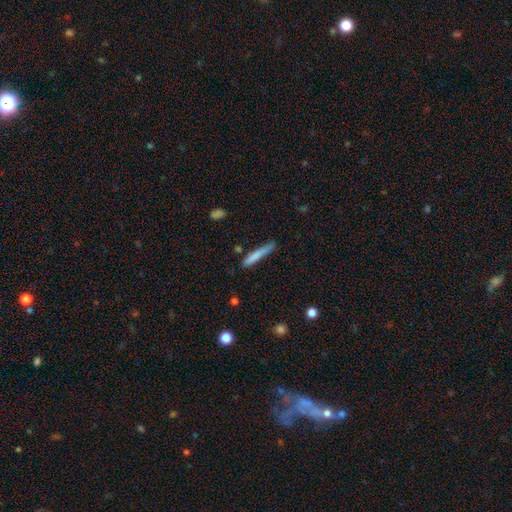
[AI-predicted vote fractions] Smooth or featured: smooth — 76% (featured or disk — 17%)
How rounded: cigar-shaped — 94% (in between — 4%)
Merging: none — 70% (minor disturbance — 22%)